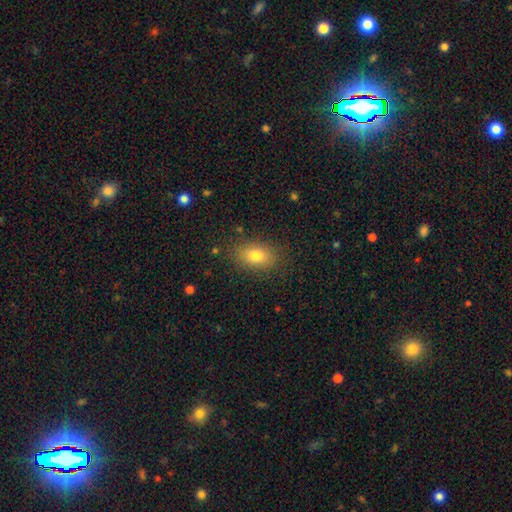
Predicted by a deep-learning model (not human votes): A smooth galaxy with no disk features (80%) that is in between round and cigar-shaped (85%). Merging: none (85%).